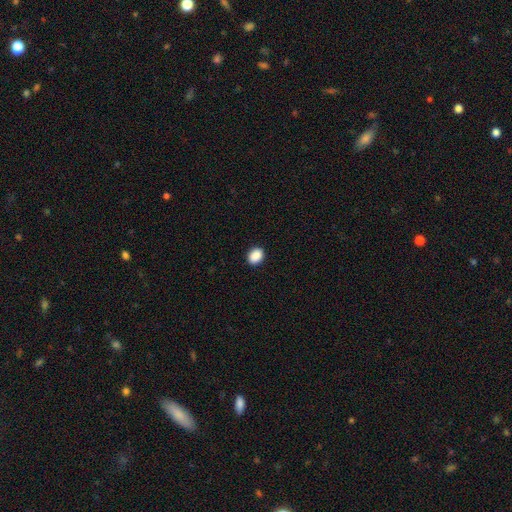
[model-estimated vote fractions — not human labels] smooth_or_featured: smooth (p=0.90) [alt: star or artifact p=0.08]
how_rounded: in between (p=0.56) [alt: round p=0.43]
merging: none (p=0.91) [alt: minor disturbance p=0.07]